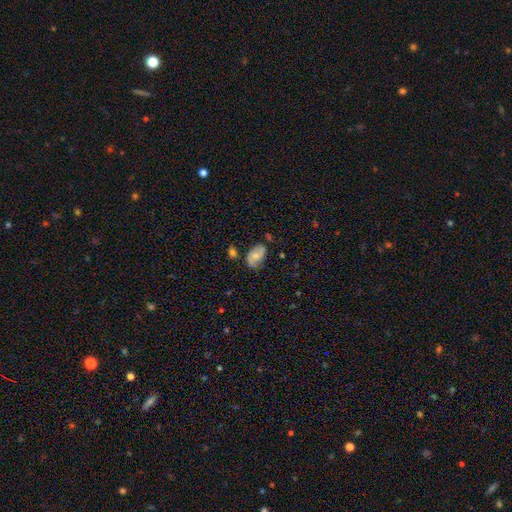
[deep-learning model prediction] This appears to be a smooth galaxy with no disk features (50%) that is in between round and cigar-shaped (90%). Merging: none (65%).